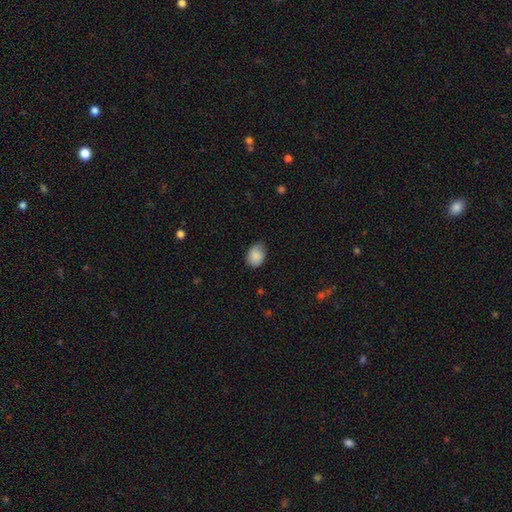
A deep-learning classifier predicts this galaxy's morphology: The model was most divided on "how rounded": in between: 68%, round: 31%, cigar-shaped: 1%. More confident: smooth or featured — smooth (87%); merging — none (74%).